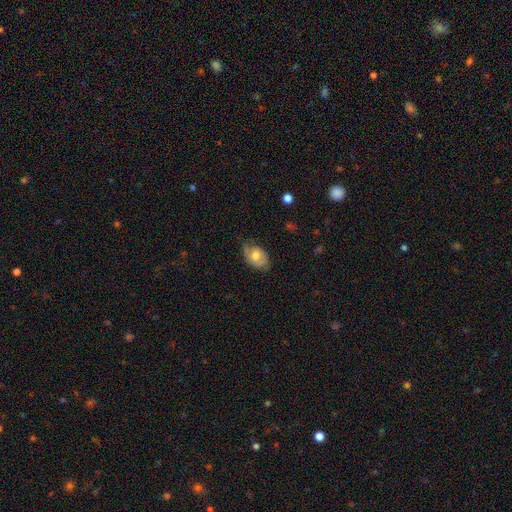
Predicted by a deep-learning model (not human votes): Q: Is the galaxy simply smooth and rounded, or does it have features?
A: smooth — 55%.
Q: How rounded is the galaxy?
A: in between — 82%.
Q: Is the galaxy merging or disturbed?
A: none — 56%.